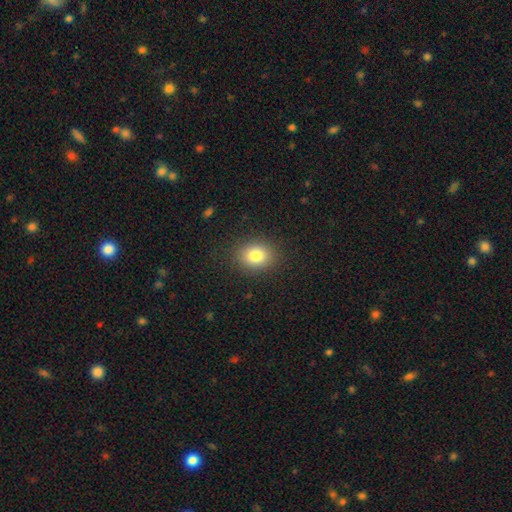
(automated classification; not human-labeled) A smooth galaxy with no disk features (82%) that is round (55%).

Vote fractions:
- Smooth or featured? smooth: 82% / star or artifact: 11% / featured or disk: 8%
- How rounded? round: 55% / in between: 44% / cigar-shaped: 1%
- Merging? none: 88% / minor disturbance: 8% / major disturbance: 3% / merger: 1%